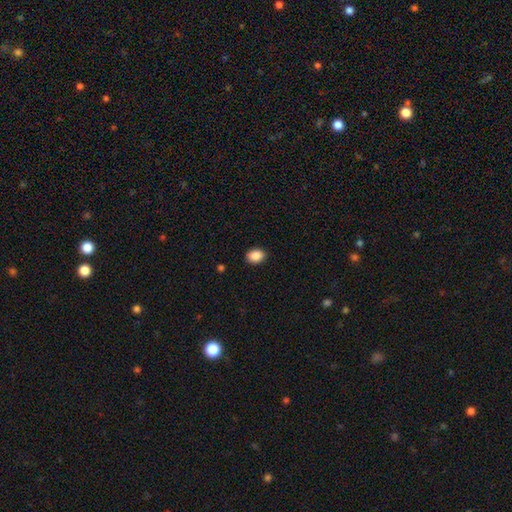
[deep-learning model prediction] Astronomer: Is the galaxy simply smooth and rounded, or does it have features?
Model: smooth — 89%.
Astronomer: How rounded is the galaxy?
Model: in between — 69%.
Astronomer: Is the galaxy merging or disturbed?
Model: none — 89%.